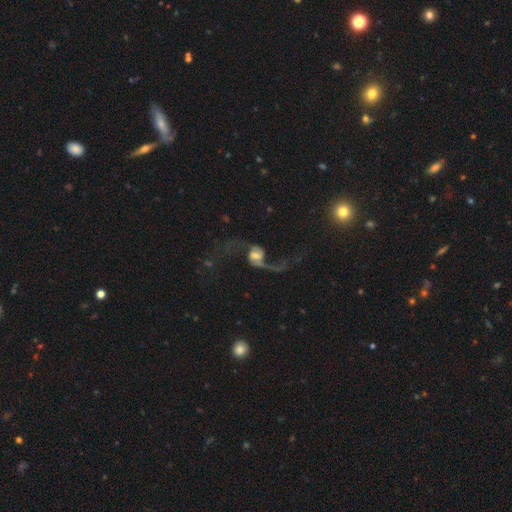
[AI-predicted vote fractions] A featured or disk galaxy (85%) with a weak bar (46%), 2 (91%) loose (91%) spiral arms (95%) and a moderate central bulge (41%).

Vote fractions:
- Smooth or featured? featured or disk: 85% / smooth: 9% / star or artifact: 6%
- Edge-on disk? no: 97% / yes: 3%
- Bar? weak: 46% / no: 34% / strong: 21%
- Spiral arms? yes: 95% / no: 5%
- Spiral winding? loose: 91% / medium: 7% / tight: 2%
- Spiral arm count? 2: 91% / 1: 4% / can't tell: 1% / 3: 1% / 4: 1% / more than 4: 1%
- Bulge size? moderate: 41% / small: 25% / large: 20% / none: 9% / dominant: 5%
- Merging? none: 55% / major disturbance: 27% / minor disturbance: 12% / merger: 6%